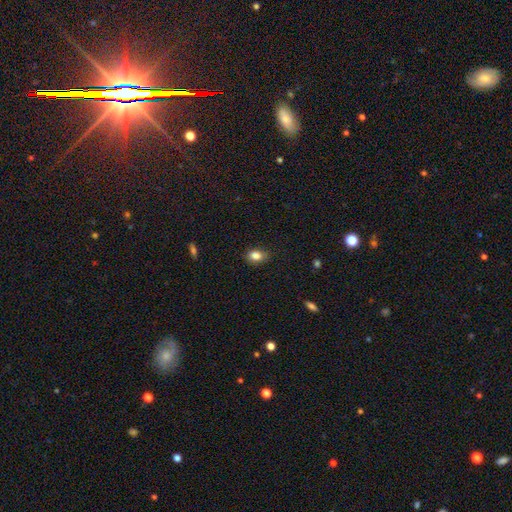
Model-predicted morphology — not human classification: The model was most divided on "how rounded": in between: 70%, round: 28%, cigar-shaped: 2%. More confident: smooth or featured — smooth (84%); merging — none (79%).